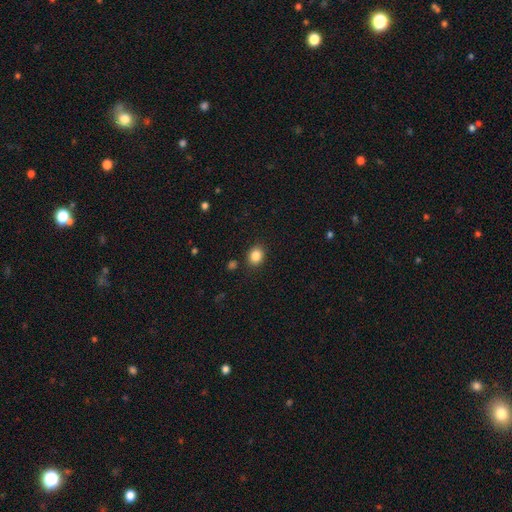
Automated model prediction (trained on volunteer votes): smooth_or_featured: smooth (p=0.85) [alt: star or artifact p=0.10]
how_rounded: round (p=0.57) [alt: in between p=0.42]
merging: none (p=0.87) [alt: minor disturbance p=0.08]